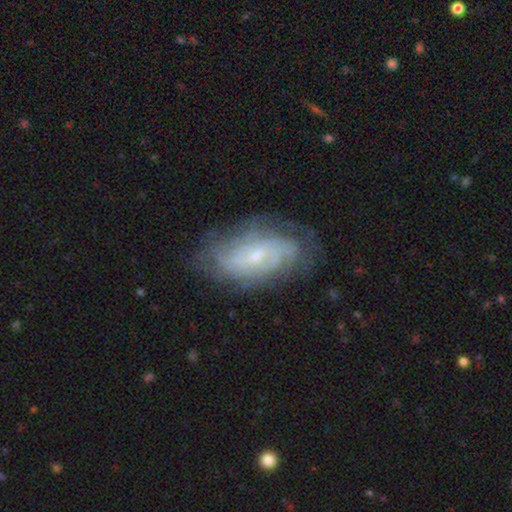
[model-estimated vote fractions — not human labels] A featured or disk galaxy (78%) with a weak bar (45%), tight (60%) spiral arms (90%) and a small central bulge (65%). Merging: none (72%).